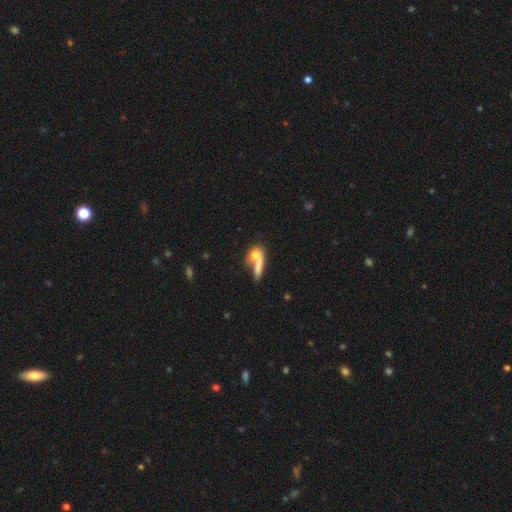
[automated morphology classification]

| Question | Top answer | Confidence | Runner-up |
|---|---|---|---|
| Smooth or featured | smooth | 71% | featured or disk (20%) |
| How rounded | in between | 45% | cigar-shaped (30%) |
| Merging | merger | 49% | none (33%) |